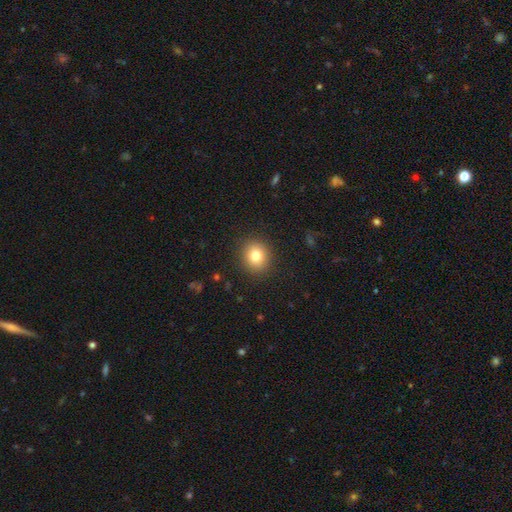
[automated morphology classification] This is clearly a smooth galaxy (81%). How rounded: likely round (79%). Merging: clearly none (90%).